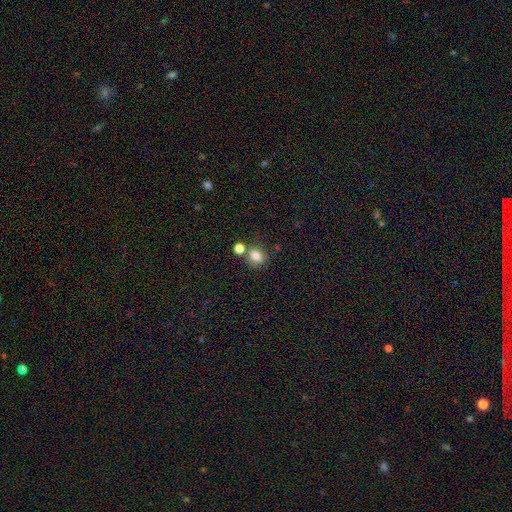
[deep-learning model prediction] Smooth or featured: smooth — 81% (star or artifact — 12%)
How rounded: round — 63% (in between — 36%)
Merging: none — 62% (merger — 22%)